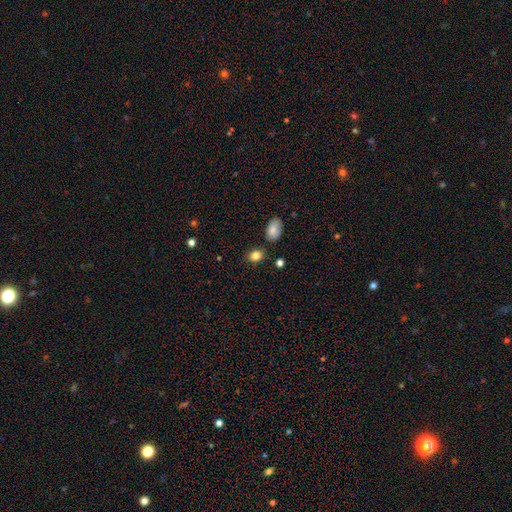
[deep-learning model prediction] Smooth or featured: smooth — 84% (star or artifact — 10%)
How rounded: in between — 61% (round — 37%)
Merging: none — 81% (minor disturbance — 11%)